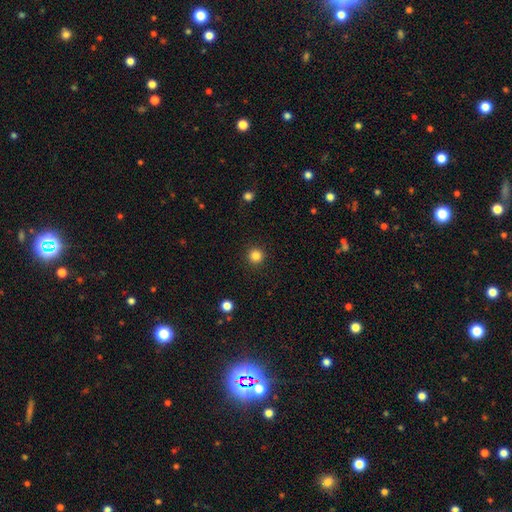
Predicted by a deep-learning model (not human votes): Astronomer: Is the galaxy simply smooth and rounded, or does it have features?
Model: smooth — 84%.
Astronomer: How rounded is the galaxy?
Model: round — 96%.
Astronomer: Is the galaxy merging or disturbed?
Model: none — 93%.